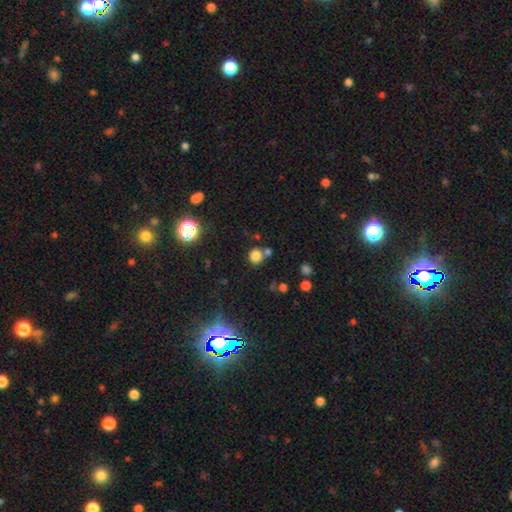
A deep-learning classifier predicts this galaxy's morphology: The model was most divided on "merging": none: 67%, merger: 19%, minor disturbance: 10%, major disturbance: 4%. More confident: how rounded — round (80%); smooth or featured — smooth (77%).